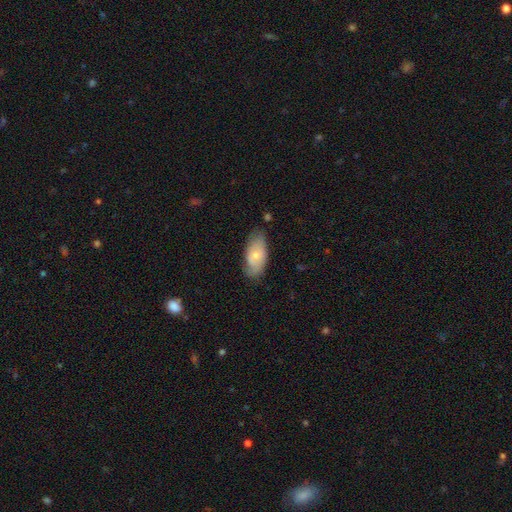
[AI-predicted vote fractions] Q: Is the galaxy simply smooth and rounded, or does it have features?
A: smooth — 54%.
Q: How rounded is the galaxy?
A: in between — 91%.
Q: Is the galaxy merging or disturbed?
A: none — 63%.